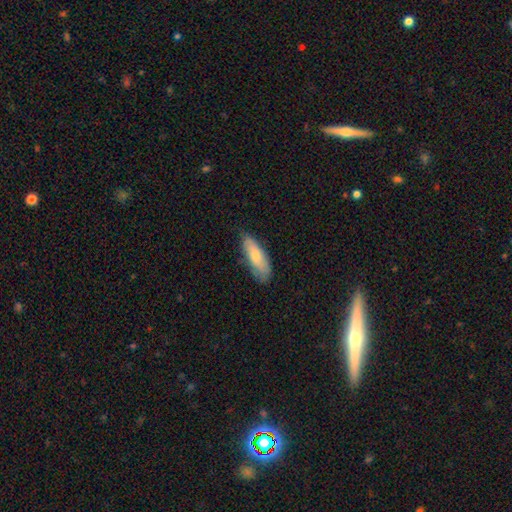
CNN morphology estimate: This appears to be a smooth galaxy with no disk features (78%) that is in between round and cigar-shaped (64%). Merging: none (68%).